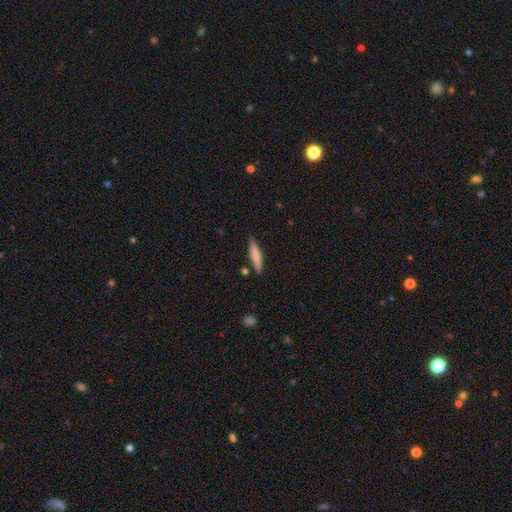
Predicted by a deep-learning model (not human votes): A smooth galaxy with no disk features (67%) that is cigar-shaped (90%). Merging: none (85%).